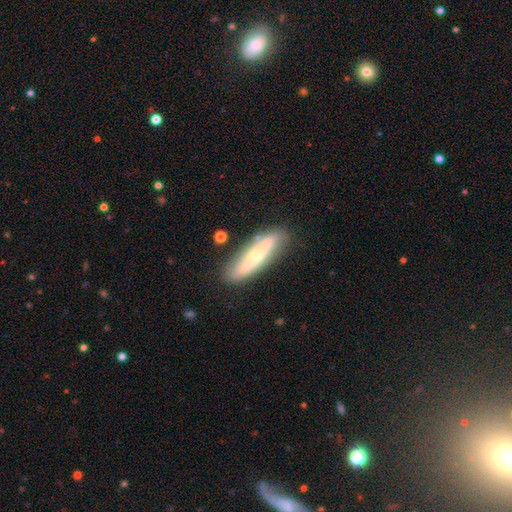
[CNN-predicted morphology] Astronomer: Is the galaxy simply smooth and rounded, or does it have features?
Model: featured or disk — 50% (runner-up: smooth, 44%).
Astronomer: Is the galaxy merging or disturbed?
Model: none — 79%.